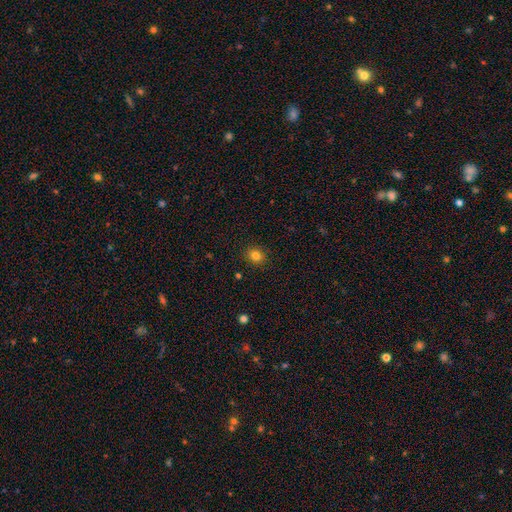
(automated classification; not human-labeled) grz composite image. It shows a smooth galaxy with no disk features (80%) that is round (75%). Merging: none (90%).